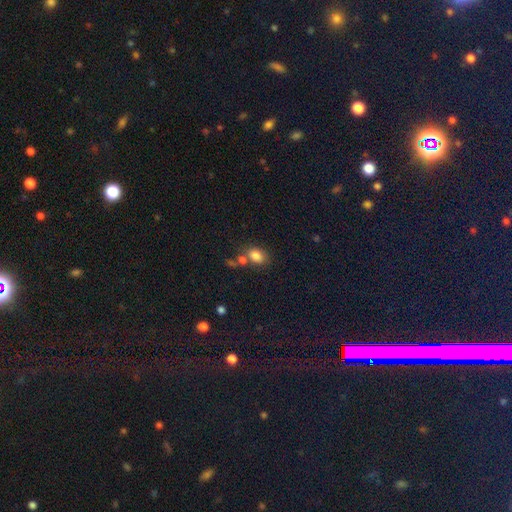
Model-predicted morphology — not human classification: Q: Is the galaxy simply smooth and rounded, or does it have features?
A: smooth — 81%.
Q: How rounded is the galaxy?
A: in between — 70%.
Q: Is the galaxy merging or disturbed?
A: none — 55%.